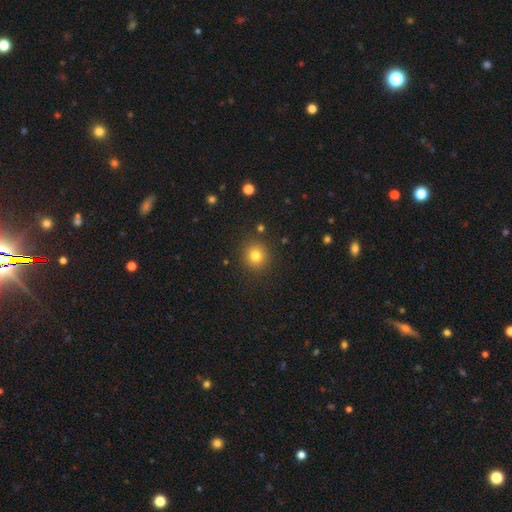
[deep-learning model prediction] The model was most divided on "smooth or featured": smooth: 80%, star or artifact: 13%, featured or disk: 6%. More confident: how rounded — round (92%); merging — none (89%).